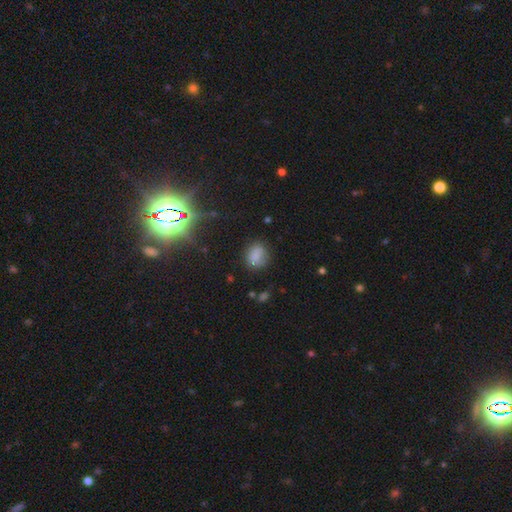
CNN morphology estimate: type=smooth (78%); roundness=round (51%); merging=none (73%).